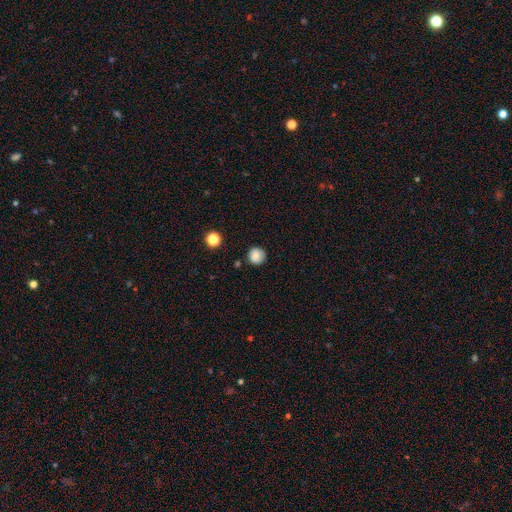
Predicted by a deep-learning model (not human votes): Smooth or featured? Predicted: smooth (p=0.83). How rounded? Predicted: round (p=0.93). Merging? Predicted: none (p=0.84).